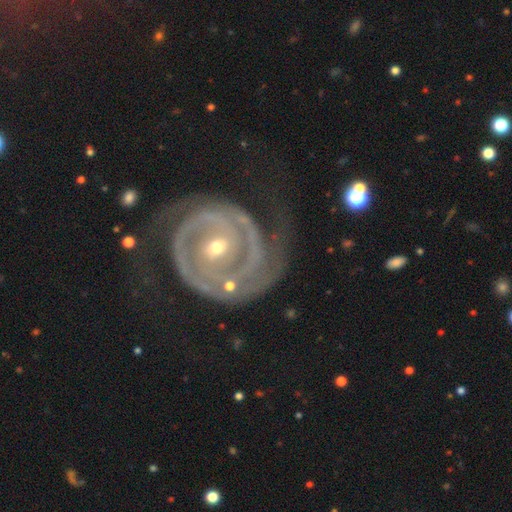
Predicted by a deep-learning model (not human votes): A featured or disk galaxy (91%) with no bar (51%), 2 (64%) tight (72%) spiral arms (97%) and a small central bulge (58%).

Vote fractions:
- Smooth or featured? featured or disk: 91% / star or artifact: 5% / smooth: 4%
- Edge-on disk? no: 97% / yes: 3%
- Bar? no: 51% / weak: 29% / strong: 20%
- Spiral arms? yes: 97% / no: 3%
- Spiral winding? tight: 72% / medium: 23% / loose: 5%
- Spiral arm count? 2: 64% / can't tell: 11% / 3: 10% / 1: 8% / 4: 4% / more than 4: 4%
- Bulge size? small: 58% / moderate: 39% / large: 2% / none: 1% / dominant: 1%
- Merging? none: 62% / minor disturbance: 19% / major disturbance: 16% / merger: 3%